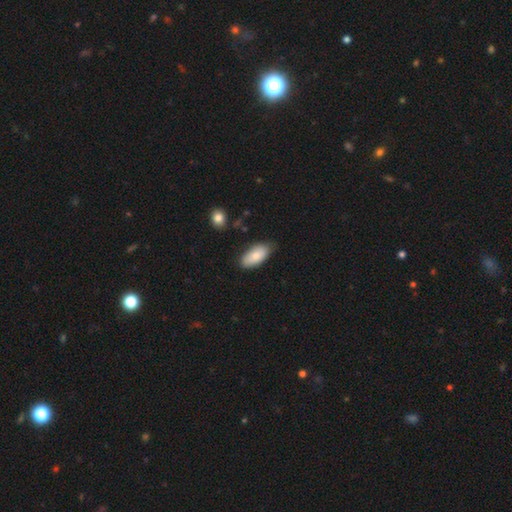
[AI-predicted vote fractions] Smooth or featured: smooth — 81% (featured or disk — 13%)
How rounded: in between — 92% (cigar-shaped — 6%)
Merging: none — 77% (minor disturbance — 18%)